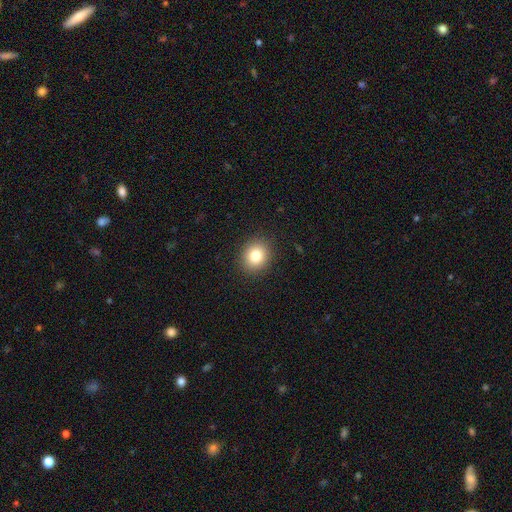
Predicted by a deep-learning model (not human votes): Morphology: type=smooth (80%); roundness=round (77%); merging=none (90%).